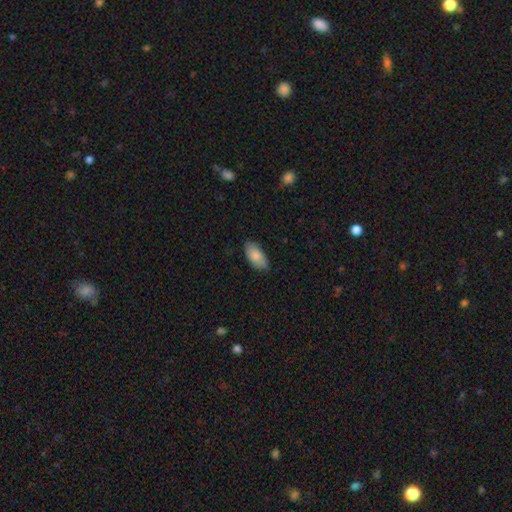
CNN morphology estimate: A smooth galaxy with no disk features (83%) that is in between round and cigar-shaped (93%). Merging: none (79%).